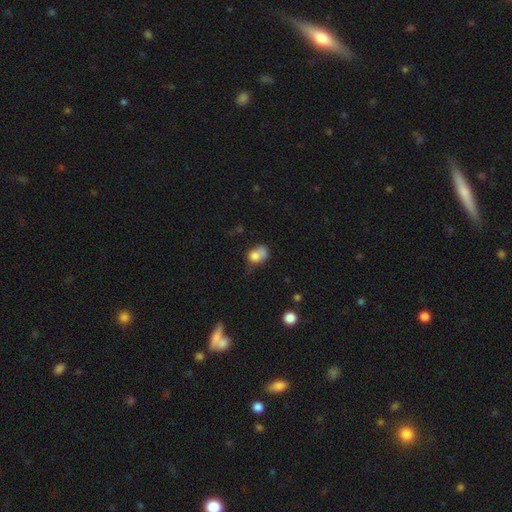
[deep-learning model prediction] This appears to be a smooth galaxy with no disk features (76%) that is in between round and cigar-shaped (67%). Merging: minor disturbance (32%).